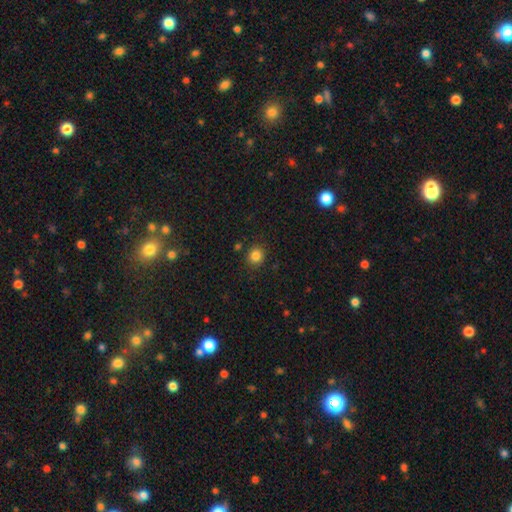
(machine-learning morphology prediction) Smooth or featured?
  - smooth: 83% *
  - star or artifact: 12%
  - featured or disk: 5%
How rounded?
  - round: 84% *
  - in between: 15%
  - cigar-shaped: 1%
Merging?
  - none: 87% *
  - minor disturbance: 8%
  - major disturbance: 3%
  - merger: 2%